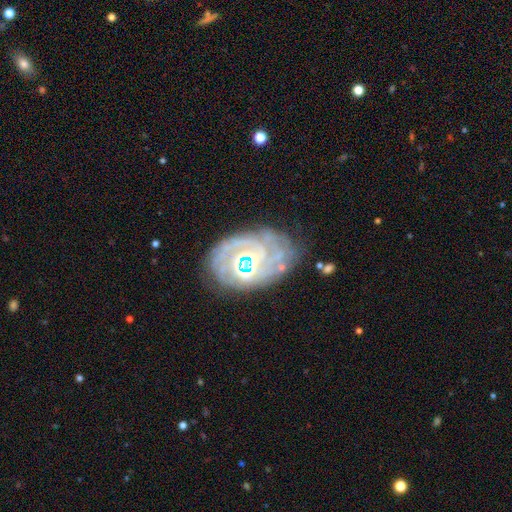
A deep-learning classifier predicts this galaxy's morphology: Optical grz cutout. It shows a featured or disk galaxy (84%) with no bar (46%), tight (77%) spiral arms (95%) and a moderate central bulge (52%). Merging: none (73%).